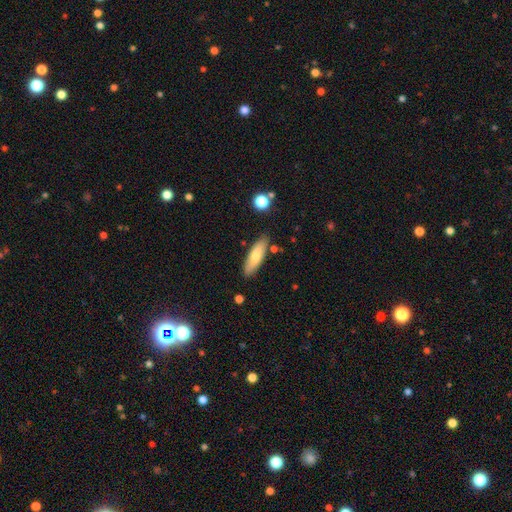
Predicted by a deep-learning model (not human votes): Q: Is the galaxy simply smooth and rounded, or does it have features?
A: smooth — 76%.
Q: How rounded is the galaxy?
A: cigar-shaped — 52%.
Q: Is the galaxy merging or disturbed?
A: none — 82%.